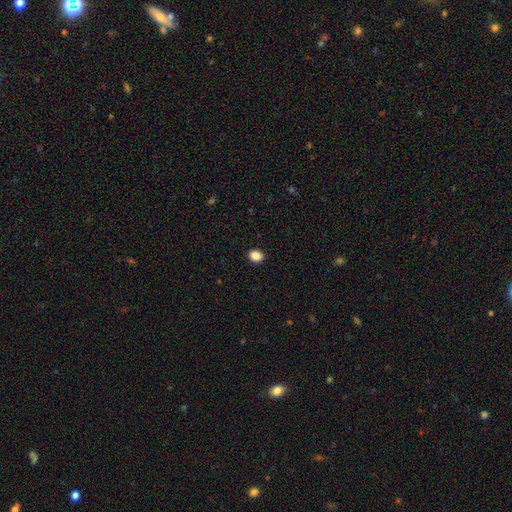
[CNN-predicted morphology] Smooth or featured? smooth (88%)
How rounded? round (50%)
Merging? none (91%)